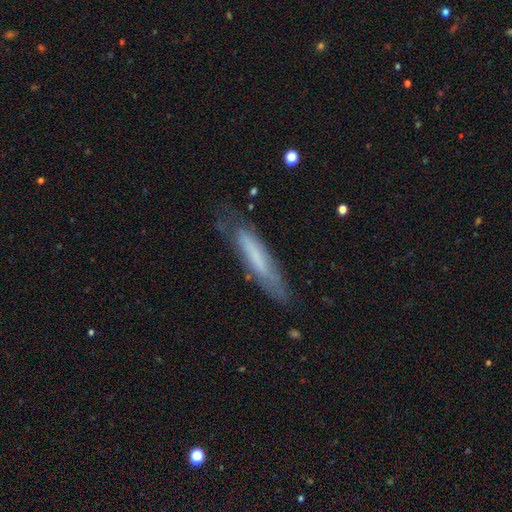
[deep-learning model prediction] This appears to be a smooth galaxy with no disk features (51%) that is cigar-shaped (85%). Merging: none (69%).